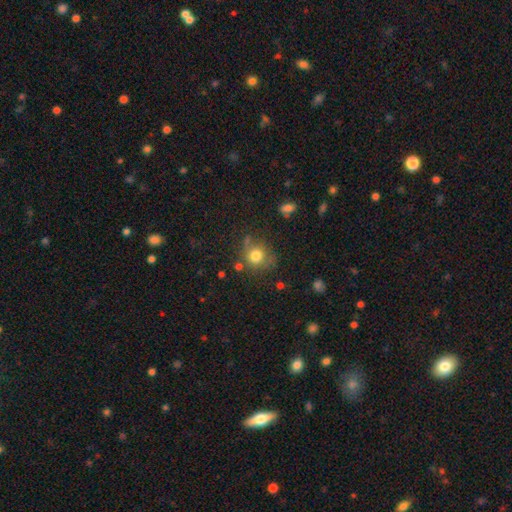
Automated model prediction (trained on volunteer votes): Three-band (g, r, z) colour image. It shows a smooth galaxy with no disk features (78%) that is round (81%). Merging: none (65%).